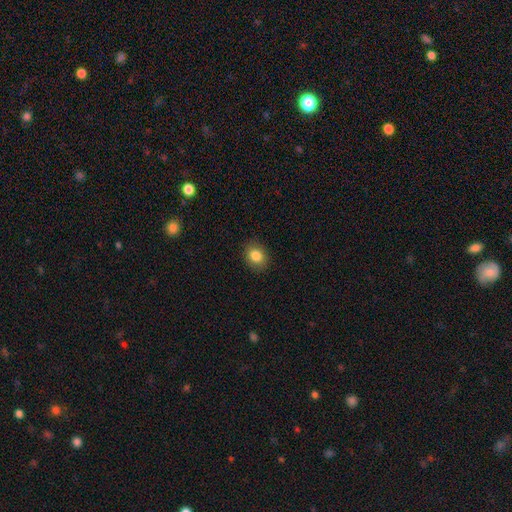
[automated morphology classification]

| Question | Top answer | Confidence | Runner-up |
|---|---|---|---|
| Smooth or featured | smooth | 84% | star or artifact (10%) |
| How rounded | in between | 51% | round (48%) |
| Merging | none | 88% | minor disturbance (9%) |